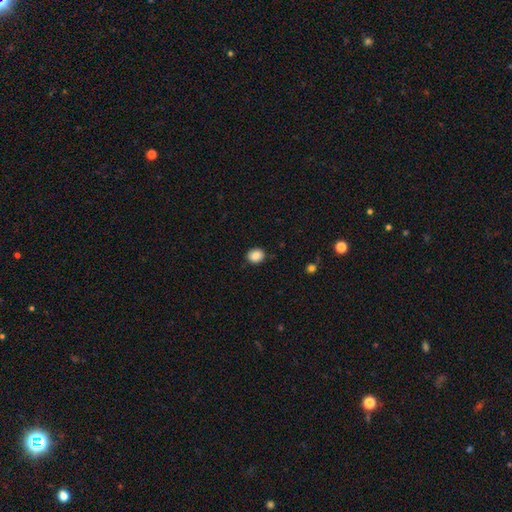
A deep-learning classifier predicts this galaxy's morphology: smooth_or_featured: smooth (p=0.87) [alt: star or artifact p=0.09]
how_rounded: round (p=0.67) [alt: in between p=0.32]
merging: none (p=0.87) [alt: minor disturbance p=0.10]